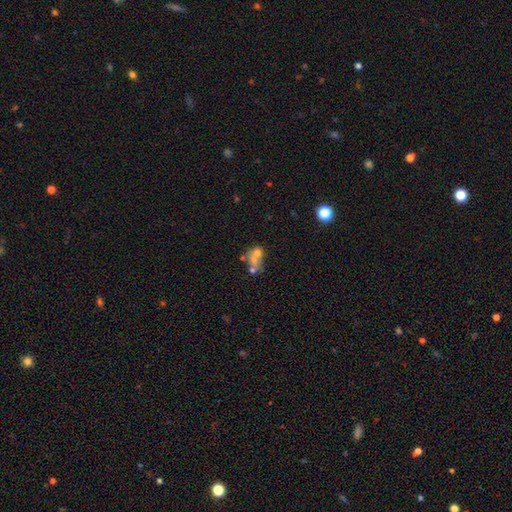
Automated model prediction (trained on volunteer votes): Q: Smooth or featured?
A: smooth (52%); runner-up: featured or disk (32%)
Q: How rounded?
A: round (50%); runner-up: in between (48%)
Q: Merging?
A: merger (55%); runner-up: none (26%)